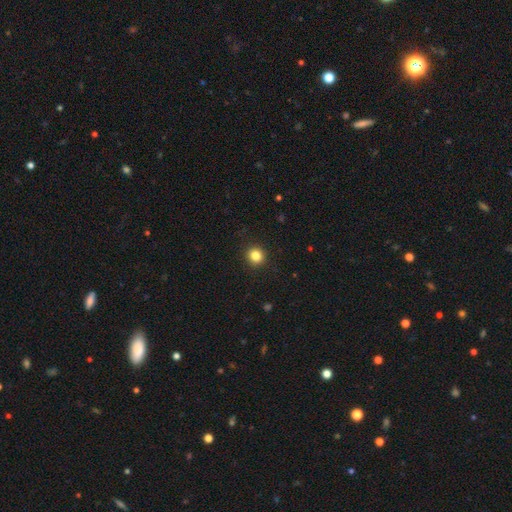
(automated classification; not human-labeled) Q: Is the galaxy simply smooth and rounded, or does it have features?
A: smooth — 84%.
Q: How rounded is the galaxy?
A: round — 91%.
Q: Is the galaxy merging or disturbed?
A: none — 92%.